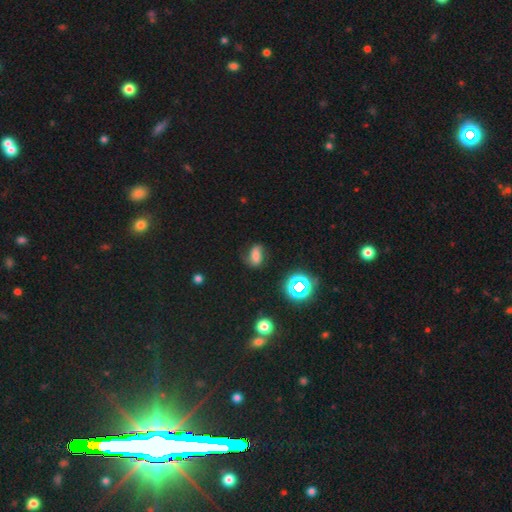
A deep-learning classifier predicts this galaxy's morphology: Q: Smooth or featured?
A: smooth (49%); runner-up: featured or disk (30%)
Q: Merging?
A: none (60%); runner-up: minor disturbance (25%)